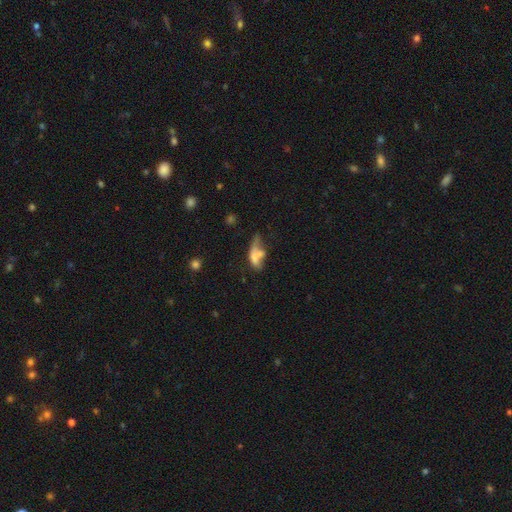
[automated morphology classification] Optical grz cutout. It shows a smooth galaxy with no disk features (54%) that is in between round and cigar-shaped (63%). Merging: merger (37%).